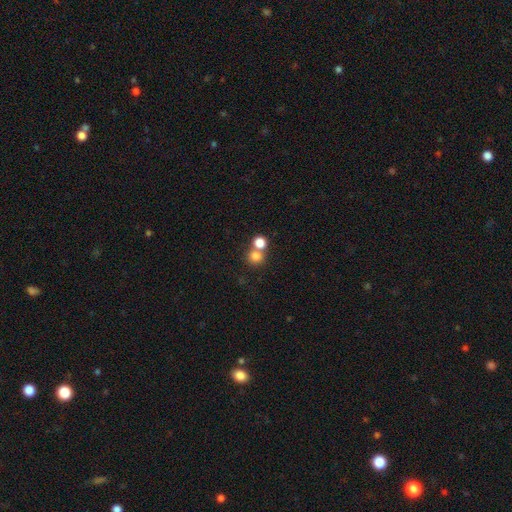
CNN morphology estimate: Smooth or featured? smooth (79%)
How rounded? round (85%)
Merging? none (50%)